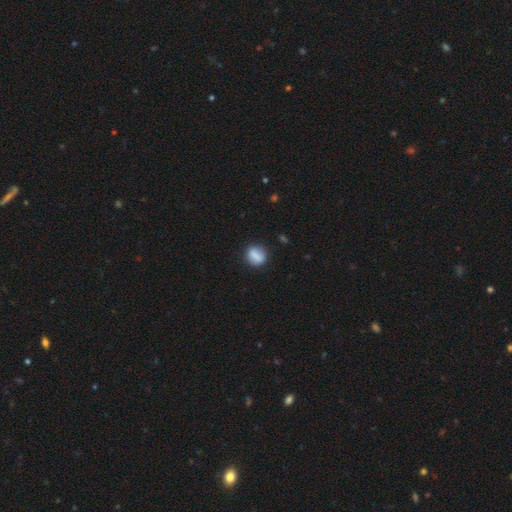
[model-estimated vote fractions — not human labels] Smooth or featured? Predicted: smooth (p=0.80). How rounded? Predicted: round (p=0.62). Merging? Predicted: none (p=0.78).